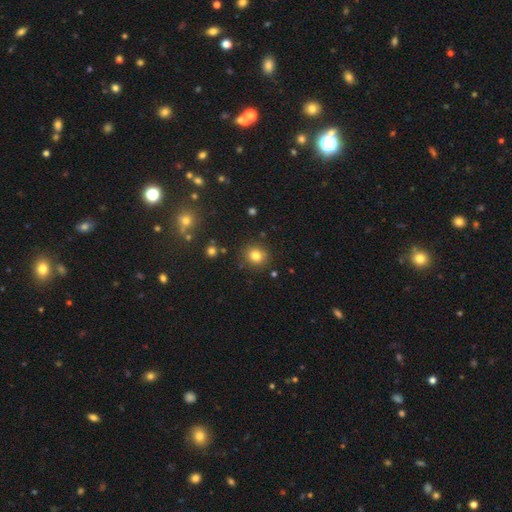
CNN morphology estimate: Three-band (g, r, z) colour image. It shows a smooth galaxy with no disk features (81%) that is round (84%). Merging: none (87%).